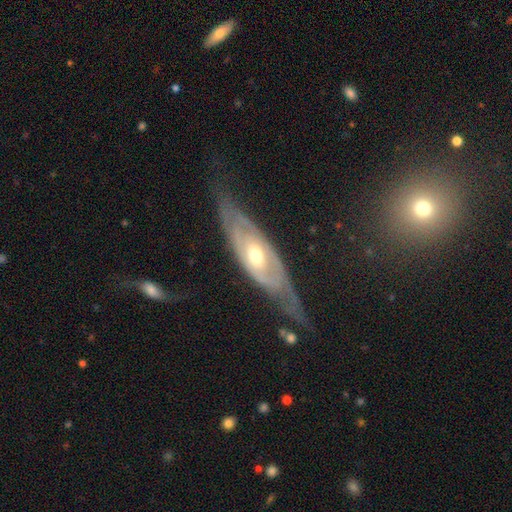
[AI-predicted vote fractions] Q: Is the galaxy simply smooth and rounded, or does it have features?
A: featured or disk — 78%.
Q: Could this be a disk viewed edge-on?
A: no — 71%.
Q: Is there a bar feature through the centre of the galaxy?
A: no — 64%.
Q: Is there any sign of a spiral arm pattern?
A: yes — 67%.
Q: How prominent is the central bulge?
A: moderate — 68%.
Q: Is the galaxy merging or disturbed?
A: none — 58%.